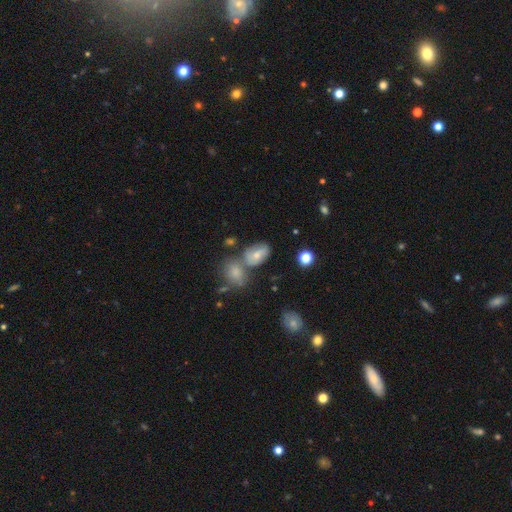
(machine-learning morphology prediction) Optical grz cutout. It shows a smooth galaxy with no disk features (60%) that is in between round and cigar-shaped (82%). Merging: none (45%).